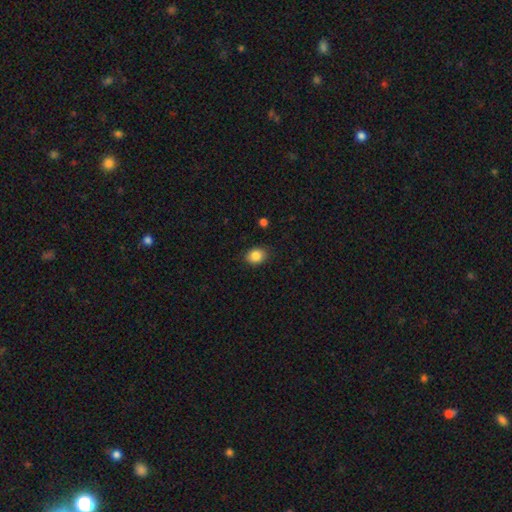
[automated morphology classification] Smooth or featured? smooth (86%)
How rounded? in between (54%)
Merging? none (88%)